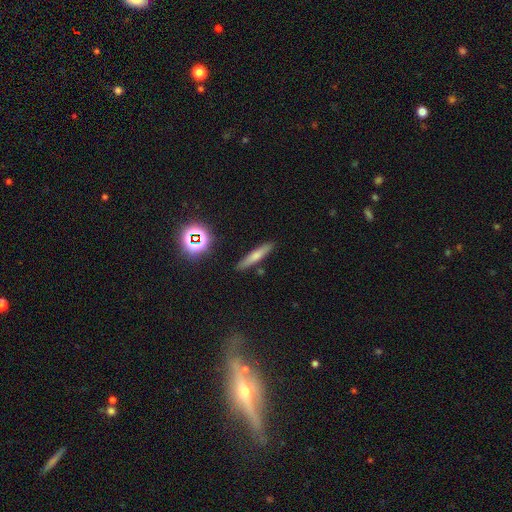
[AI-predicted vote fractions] Q: Smooth or featured?
A: smooth (62%); runner-up: featured or disk (27%)
Q: How rounded?
A: cigar-shaped (88%); runner-up: in between (10%)
Q: Merging?
A: none (86%); runner-up: minor disturbance (9%)